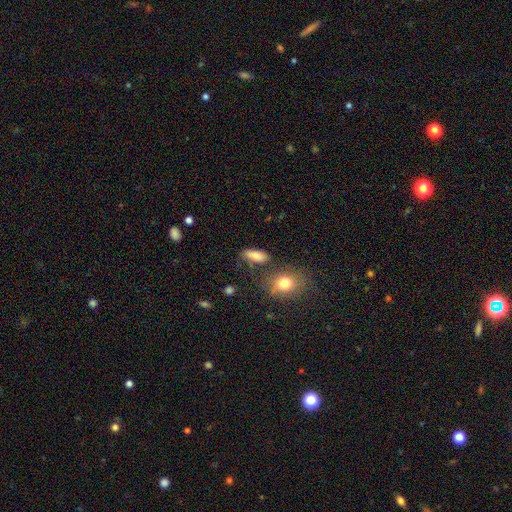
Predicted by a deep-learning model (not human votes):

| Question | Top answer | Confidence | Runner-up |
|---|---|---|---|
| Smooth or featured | smooth | 78% | featured or disk (11%) |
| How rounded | in between | 77% | cigar-shaped (17%) |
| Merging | none | 64% | minor disturbance (20%) |